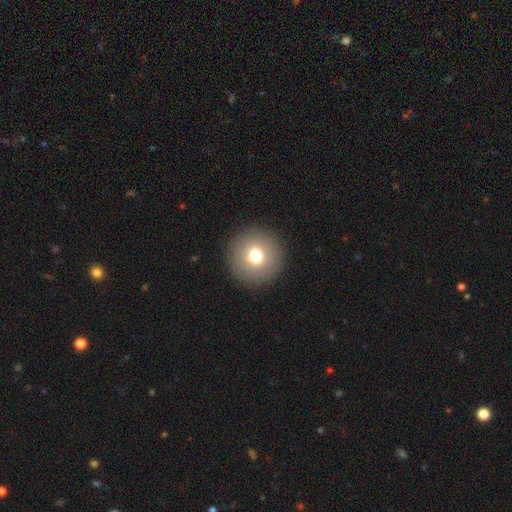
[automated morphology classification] Smooth or featured?
  - smooth: 73% *
  - featured or disk: 16%
  - star or artifact: 11%
How rounded?
  - round: 96% *
  - in between: 3%
  - cigar-shaped: 1%
Merging?
  - none: 92% *
  - minor disturbance: 5%
  - major disturbance: 2%
  - merger: 1%